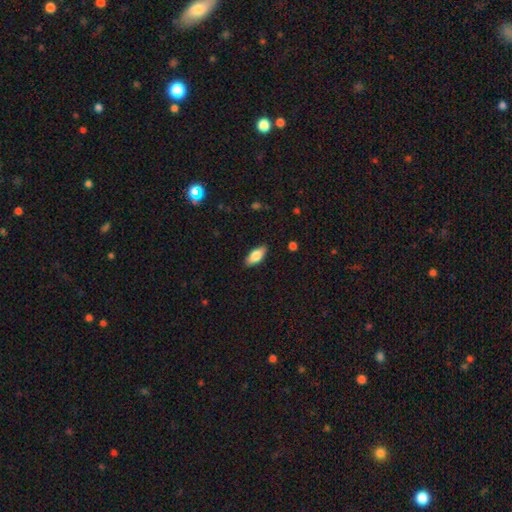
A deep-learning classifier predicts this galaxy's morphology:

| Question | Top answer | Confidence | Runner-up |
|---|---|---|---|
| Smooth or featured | smooth | 76% | featured or disk (18%) |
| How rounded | in between | 83% | cigar-shaped (14%) |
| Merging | none | 87% | minor disturbance (10%) |